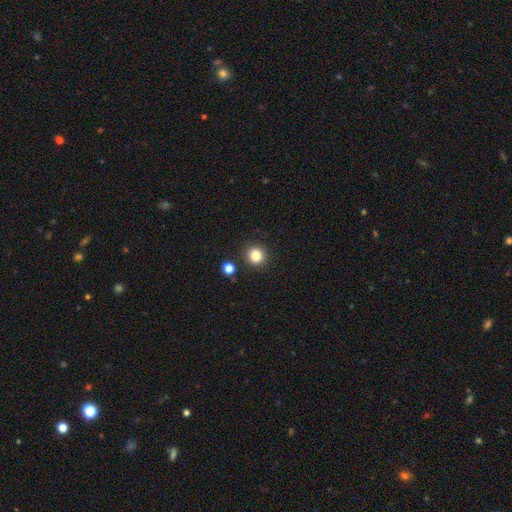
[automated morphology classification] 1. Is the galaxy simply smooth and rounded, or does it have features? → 83% smooth, 12% star or artifact, 5% featured or disk.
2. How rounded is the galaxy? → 91% round, 8% in between, 1% cigar-shaped.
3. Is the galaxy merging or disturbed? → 88% none, 7% minor disturbance, 3% merger, 2% major disturbance.